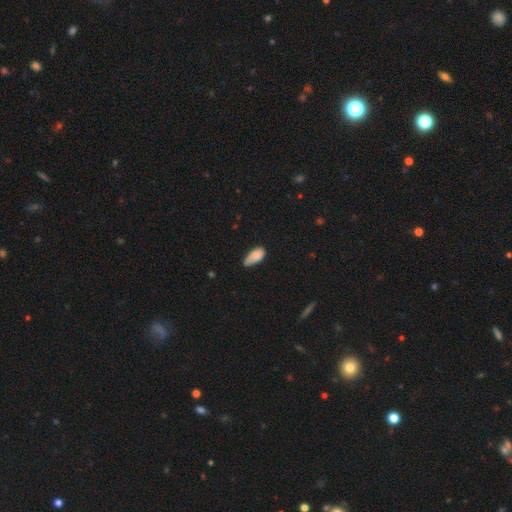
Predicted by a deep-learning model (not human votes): smooth 82%, featured or disk 10%, star or artifact 7%. Down the decision tree: how rounded — in between (92%); merging — minor disturbance (44%).